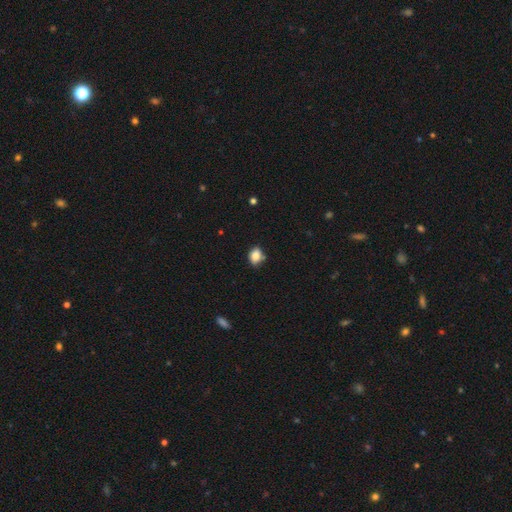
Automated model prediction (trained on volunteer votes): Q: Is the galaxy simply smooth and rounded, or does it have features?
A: smooth — 83%.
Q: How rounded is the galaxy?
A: in between — 60%.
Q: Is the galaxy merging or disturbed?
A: none — 66%.